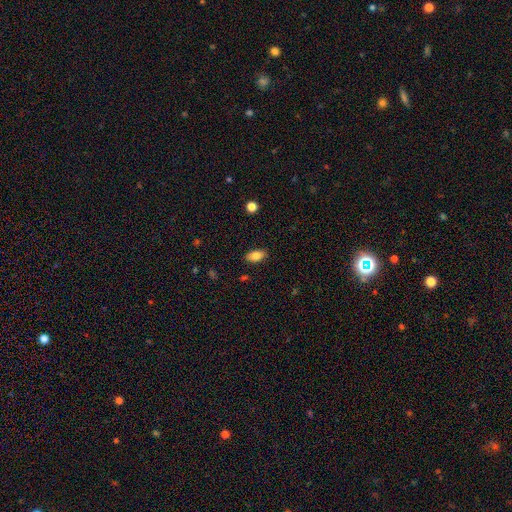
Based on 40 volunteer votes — Smooth or featured?
  - smooth: 88% *
  - featured or disk: 8%
  - star or artifact: 5%
How rounded?
  - in between: 83% *
  - round: 11%
  - cigar-shaped: 6%
Merging?
  - none: 87% *
  - minor disturbance: 11%
  - merger: 3%
  - major disturbance: 0%